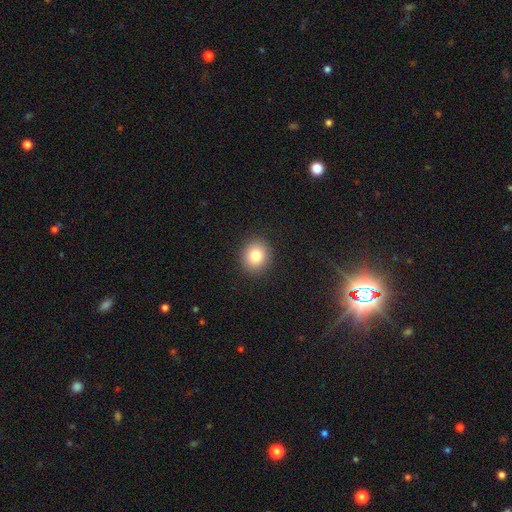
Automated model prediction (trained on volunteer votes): This is clearly a smooth galaxy (81%). How rounded: clearly round (82%). Merging: clearly none (91%).